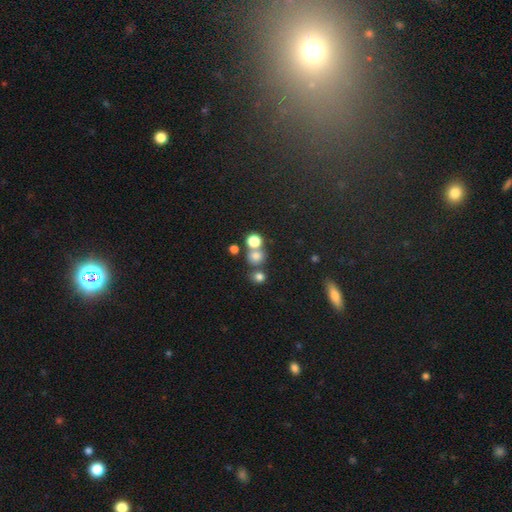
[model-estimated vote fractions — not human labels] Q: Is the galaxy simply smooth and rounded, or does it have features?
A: smooth — 73%.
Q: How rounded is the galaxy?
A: round — 85%.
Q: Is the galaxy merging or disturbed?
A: none — 57%.